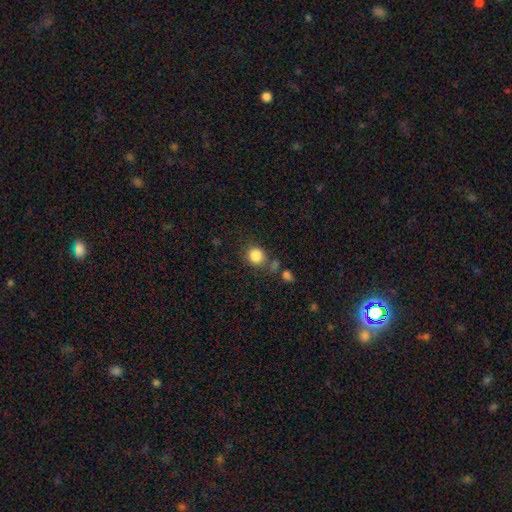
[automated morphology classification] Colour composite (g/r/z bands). It shows a smooth galaxy with no disk features (86%) that is round (83%). Merging: none (70%).